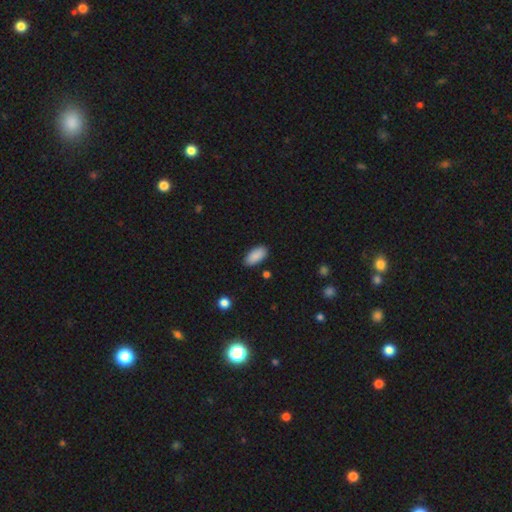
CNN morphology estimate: Smooth or featured: smooth — 89% (star or artifact — 7%)
How rounded: in between — 93% (cigar-shaped — 5%)
Merging: none — 84% (minor disturbance — 12%)